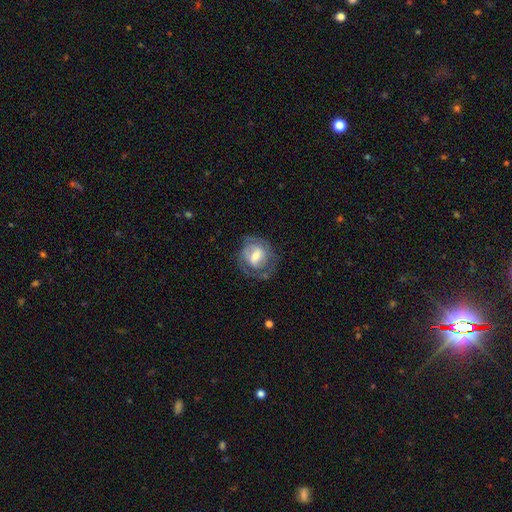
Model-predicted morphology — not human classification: Smooth or featured: featured or disk — 68% (smooth — 26%)
Edge-on disk: no — 97% (yes — 3%)
Bar: weak — 50% (strong — 26%)
Spiral arms: yes — 80% (no — 20%)
Spiral winding: tight — 55% (medium — 34%)
Spiral arm count: 2 — 54% (can't tell — 25%)
Bulge size: moderate — 57% (small — 27%)
Merging: none — 62% (minor disturbance — 21%)